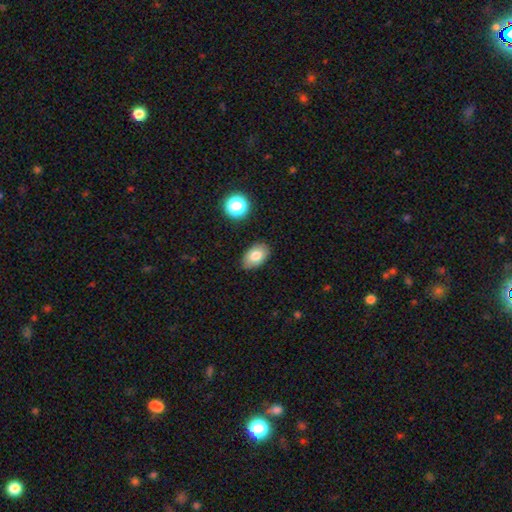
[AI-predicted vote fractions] Smooth or featured?
  - smooth: 79% *
  - featured or disk: 12%
  - star or artifact: 9%
How rounded?
  - in between: 87% *
  - round: 11%
  - cigar-shaped: 1%
Merging?
  - none: 84% *
  - minor disturbance: 12%
  - major disturbance: 2%
  - merger: 2%